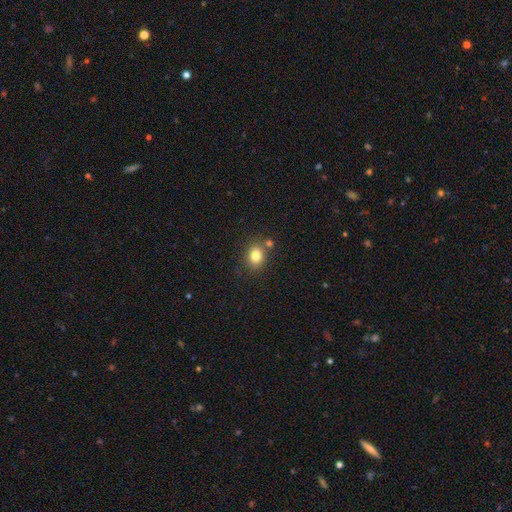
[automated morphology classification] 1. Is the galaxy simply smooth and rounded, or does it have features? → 81% smooth, 12% star or artifact, 8% featured or disk.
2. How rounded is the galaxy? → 58% round, 42% in between, 1% cigar-shaped.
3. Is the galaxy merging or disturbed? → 74% none, 12% merger, 11% minor disturbance, 3% major disturbance.